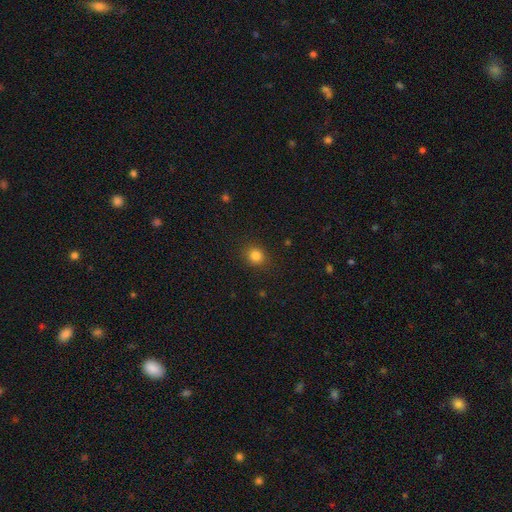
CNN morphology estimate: Overall: smooth (83%). How rounded: round (83%). Merging: none (89%).